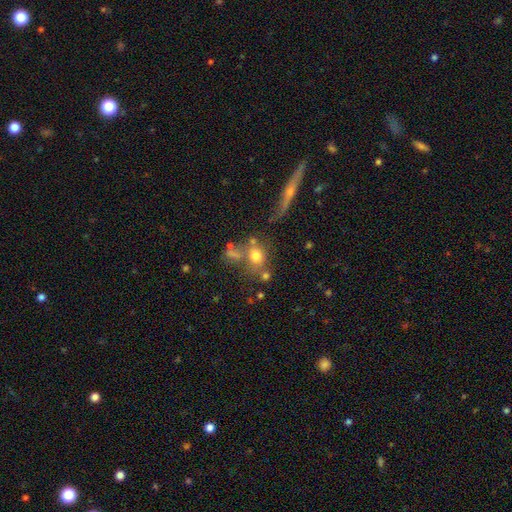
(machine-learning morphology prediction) Smooth or featured? smooth (68%)
How rounded? round (65%)
Merging? none (48%)